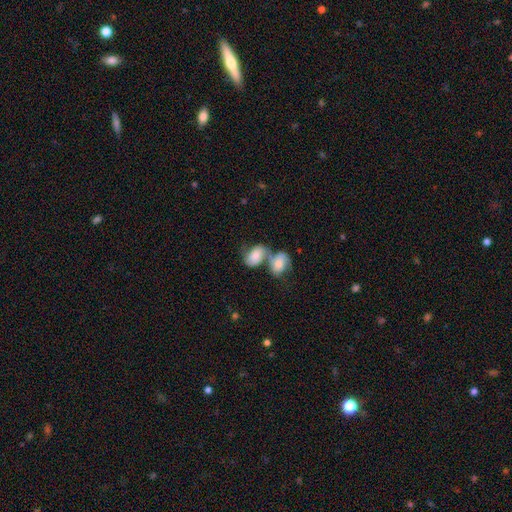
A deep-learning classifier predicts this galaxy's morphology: Q: Smooth or featured?
A: smooth (59%); runner-up: featured or disk (32%)
Q: How rounded?
A: in between (80%); runner-up: round (18%)
Q: Merging?
A: merger (63%); runner-up: none (19%)